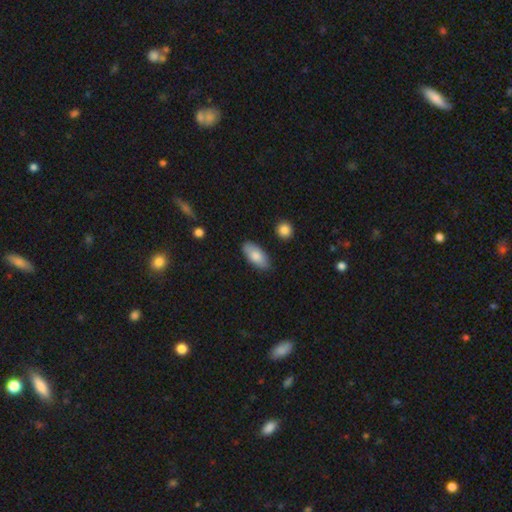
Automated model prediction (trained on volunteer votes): Overall: smooth (81%). How rounded: in between (90%). Merging: none (83%).